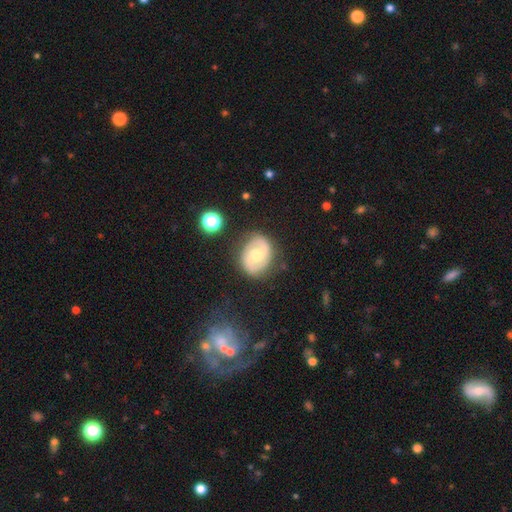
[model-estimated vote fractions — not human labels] A featured or disk galaxy (66%) with no bar (52%), spiral arms (70%) and a moderate central bulge (74%).

Vote fractions:
- Smooth or featured? featured or disk: 66% / smooth: 27% / star or artifact: 7%
- Edge-on disk? no: 97% / yes: 3%
- Bar? no: 52% / weak: 36% / strong: 13%
- Spiral arms? yes: 70% / no: 30%
- Bulge size? moderate: 74% / small: 18% / large: 5% / none: 1% / dominant: 1%
- Merging? none: 77% / minor disturbance: 15% / major disturbance: 5% / merger: 2%